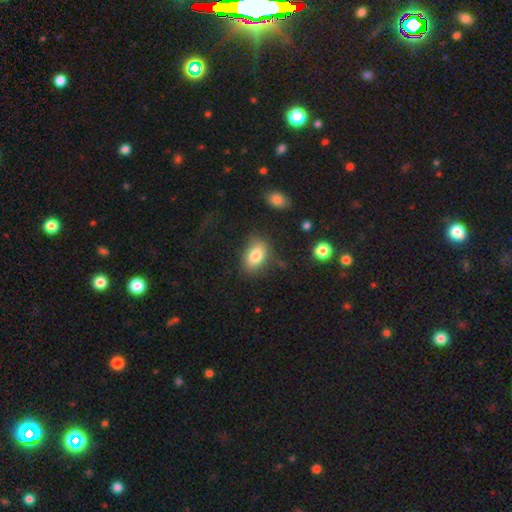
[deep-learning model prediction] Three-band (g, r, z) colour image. It shows a smooth galaxy with no disk features (82%) that is in between round and cigar-shaped (84%). Merging: none (72%).